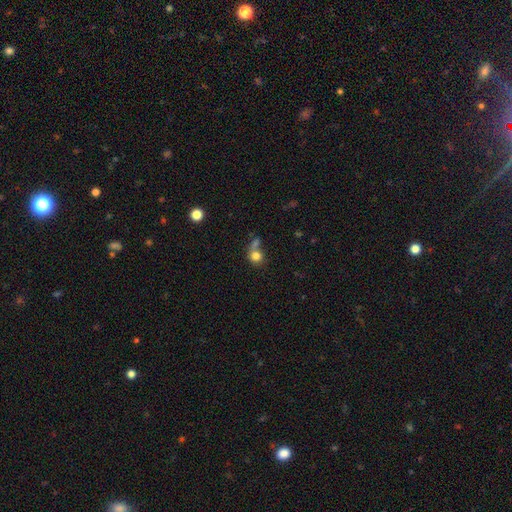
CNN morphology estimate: A smooth galaxy with no disk features (79%) that is round (82%). Merging: none (44%).